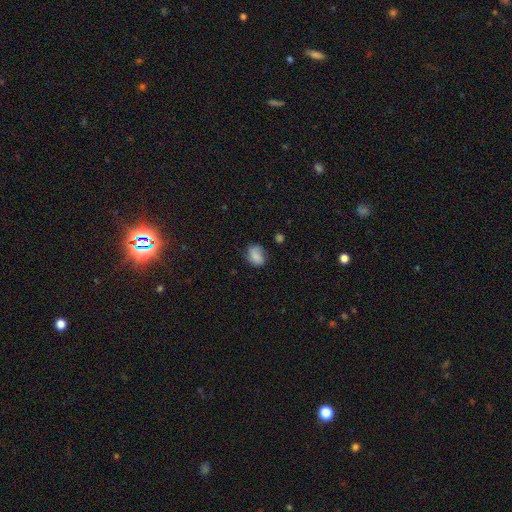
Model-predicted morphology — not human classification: smooth 78%, featured or disk 13%, star or artifact 9%. Down the decision tree: how rounded — in between (66%); merging — none (61%).